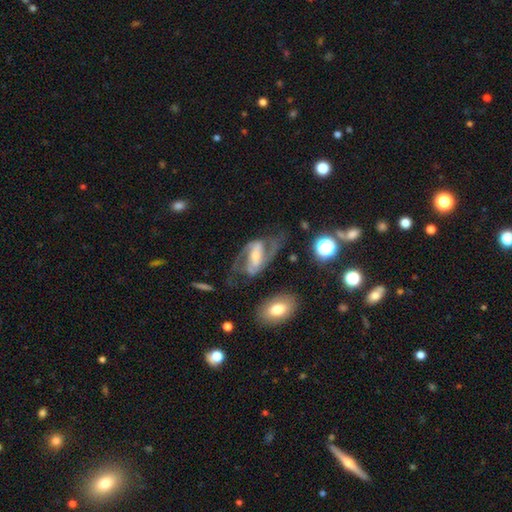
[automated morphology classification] smooth_or_featured: featured or disk (p=0.87) [alt: smooth p=0.08]
disk_edge_on: no (p=0.96) [alt: yes p=0.04]
bar: strong (p=0.53) [alt: weak p=0.31]
has_spiral_arms: yes (p=0.95) [alt: no p=0.05]
spiral_winding: medium (p=0.55) [alt: loose p=0.29]
spiral_arm_count: 2 (p=0.92) [alt: can't tell p=0.03]
bulge_size: small (p=0.50) [alt: moderate p=0.39]
merging: none (p=0.62) [alt: major disturbance p=0.18]